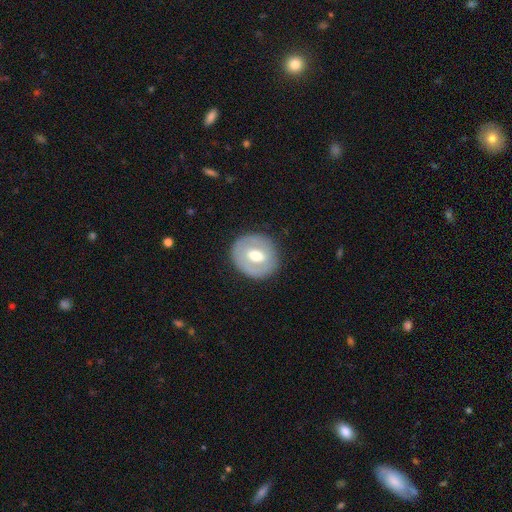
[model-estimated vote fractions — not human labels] A featured or disk galaxy (49%). Merging: none (85%).